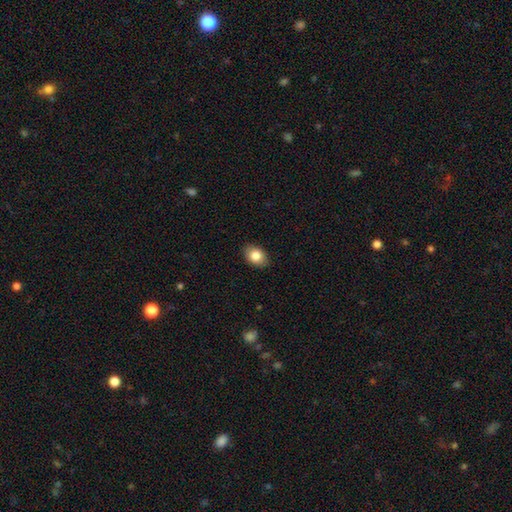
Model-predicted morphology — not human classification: This appears to be a smooth galaxy with no disk features (83%) that is in between round and cigar-shaped (79%). Merging: none (88%).